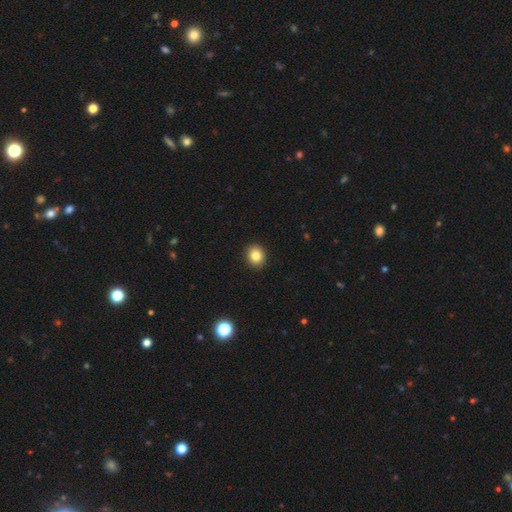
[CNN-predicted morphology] smooth_or_featured: smooth (p=0.84) [alt: star or artifact p=0.10]
how_rounded: round (p=0.76) [alt: in between p=0.24]
merging: none (p=0.92) [alt: minor disturbance p=0.06]